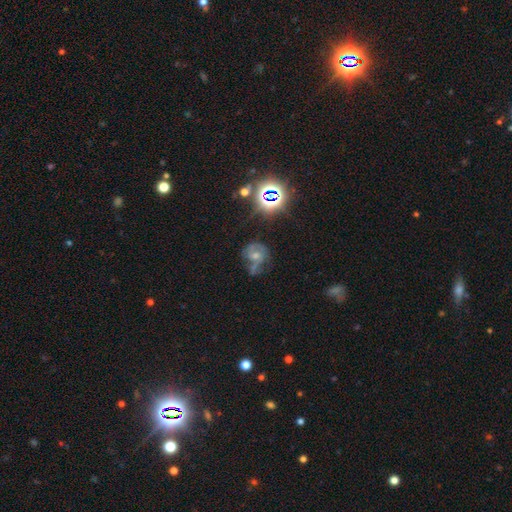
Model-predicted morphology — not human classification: Smooth or featured? Predicted: featured or disk (p=0.55). Edge-on disk? Predicted: no (p=0.97). Bar? Predicted: no (p=0.61). Spiral arms? Predicted: yes (p=0.75). Bulge size? Predicted: moderate (p=0.54). Merging? Predicted: none (p=0.41).